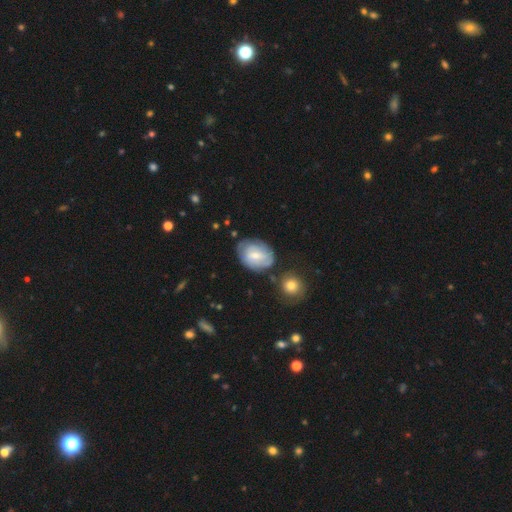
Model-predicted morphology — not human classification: Q: Smooth or featured?
A: featured or disk (49%); runner-up: smooth (44%)
Q: Merging?
A: none (65%); runner-up: minor disturbance (22%)